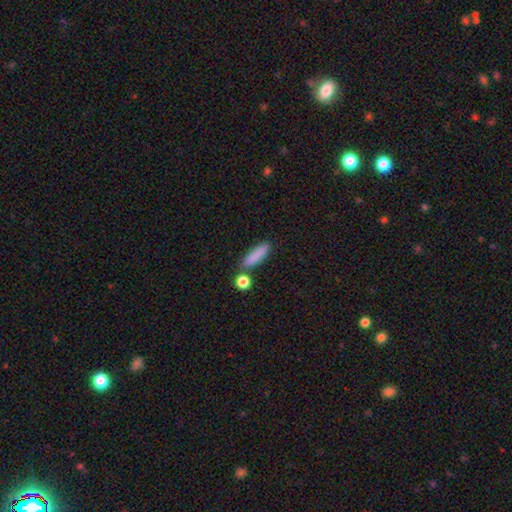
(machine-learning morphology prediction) type=smooth (85%); roundness=cigar-shaped (70%); merging=none (75%).